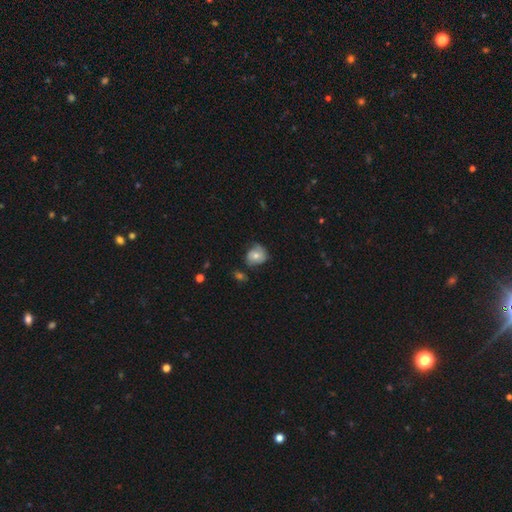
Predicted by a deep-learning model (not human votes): Morphology: type=smooth (51%); roundness=round (67%); merging=none (56%).